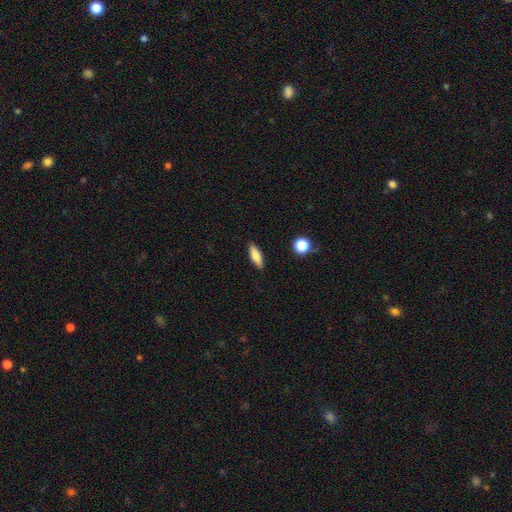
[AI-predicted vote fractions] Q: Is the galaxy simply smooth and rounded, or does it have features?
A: smooth — 80%.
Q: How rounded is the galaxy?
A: in between — 51%.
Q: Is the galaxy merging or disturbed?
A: none — 88%.